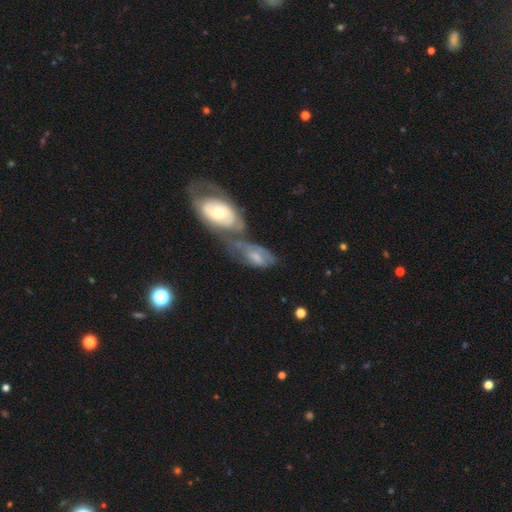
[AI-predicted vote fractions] This is possibly a featured or disk galaxy (55%). It is clearly not viewed edge-on (92%). Bar: likely no (69%). Spiral arm pattern: possibly yes (56%). Central bulge: marginally moderate (44%). Merging: possibly merger (59%).